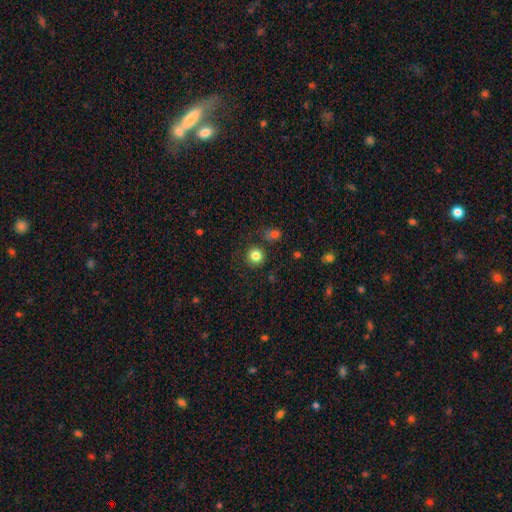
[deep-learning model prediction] Morphology: type=smooth (83%); roundness=round (93%); merging=none (85%).